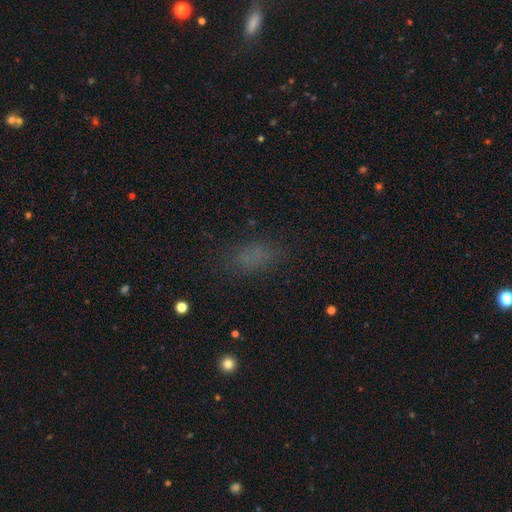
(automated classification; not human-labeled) smooth-or-featured: smooth: 71% | star or artifact: 20% | featured or disk: 9%
  how-rounded: in between: 82% | cigar-shaped: 10% | round: 8%
  merging: none: 75% | minor disturbance: 15% | major disturbance: 8% | merger: 2%